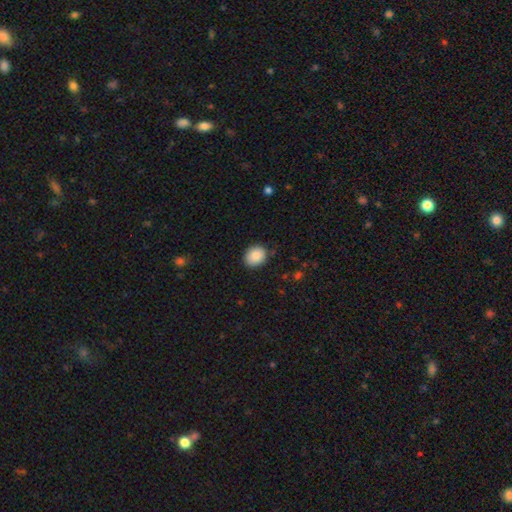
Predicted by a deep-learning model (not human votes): Smooth or featured?
  - smooth: 88% *
  - star or artifact: 8%
  - featured or disk: 4%
How rounded?
  - round: 63% *
  - in between: 36%
  - cigar-shaped: 1%
Merging?
  - none: 86% *
  - minor disturbance: 10%
  - major disturbance: 2%
  - merger: 1%